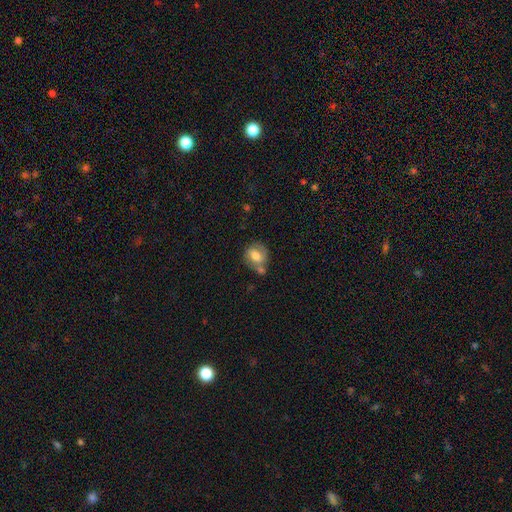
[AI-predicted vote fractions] Smooth or featured? Predicted: smooth (p=0.58). How rounded? Predicted: round (p=0.55). Merging? Predicted: none (p=0.46).